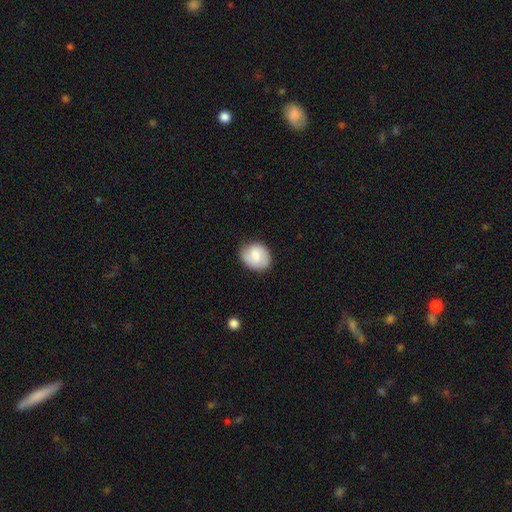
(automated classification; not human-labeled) The model was most divided on "how rounded": round: 58%, in between: 41%, cigar-shaped: 1%. More confident: merging — none (79%); smooth or featured — smooth (67%).